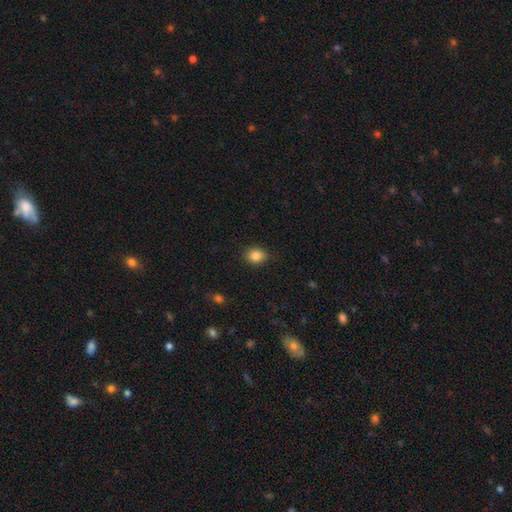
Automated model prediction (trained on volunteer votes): Smooth or featured? smooth (86%)
How rounded? round (52%)
Merging? none (86%)